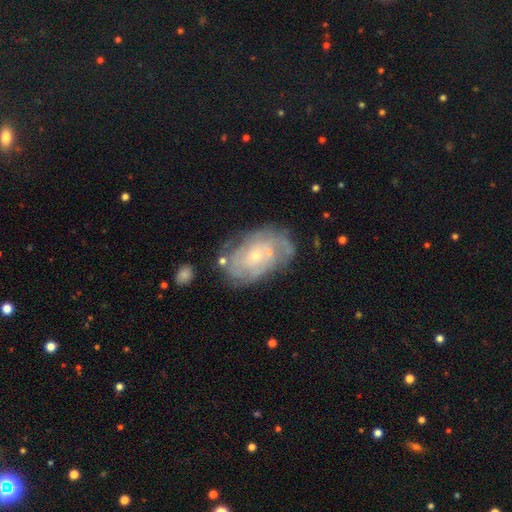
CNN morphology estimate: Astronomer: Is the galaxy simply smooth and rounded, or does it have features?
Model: featured or disk — 75%.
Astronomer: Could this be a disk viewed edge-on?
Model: no — 96%.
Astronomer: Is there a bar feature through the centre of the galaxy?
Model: no — 81%.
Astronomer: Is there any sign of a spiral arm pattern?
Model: yes — 78%.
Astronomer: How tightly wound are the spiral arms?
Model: tight — 69%.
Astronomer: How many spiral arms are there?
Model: can't tell — 58%.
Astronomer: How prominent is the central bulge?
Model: small — 72%.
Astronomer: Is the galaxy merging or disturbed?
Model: none — 62%.